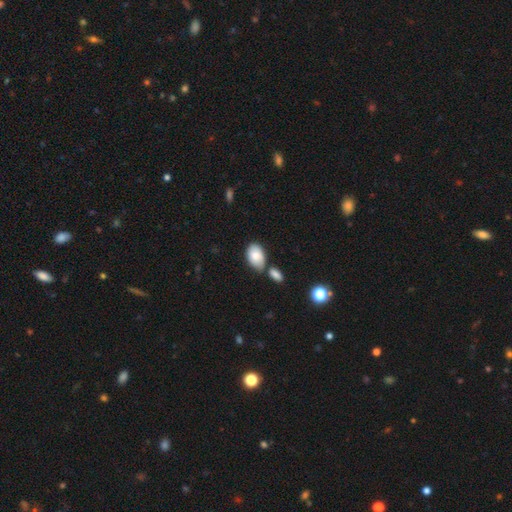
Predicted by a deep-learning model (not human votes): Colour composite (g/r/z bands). It shows a smooth galaxy with no disk features (81%) that is in between round and cigar-shaped (91%). Merging: none (54%).